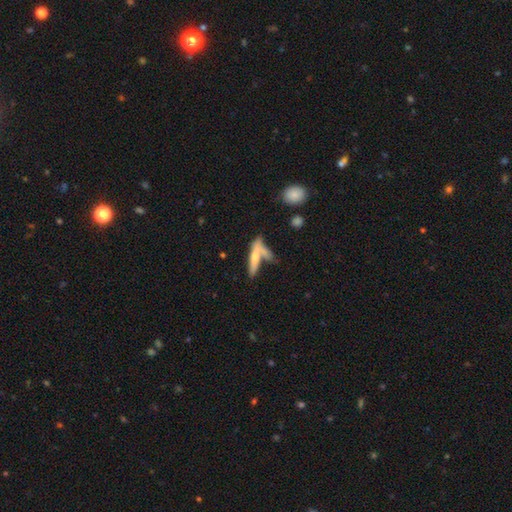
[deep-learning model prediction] A smooth galaxy with no disk features (57%) that is cigar-shaped (80%). Merging: none (44%).